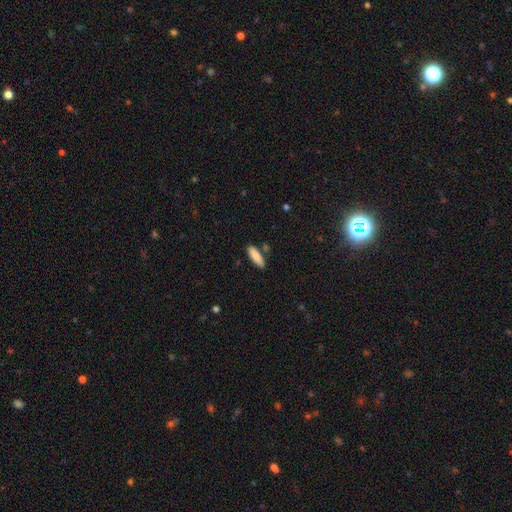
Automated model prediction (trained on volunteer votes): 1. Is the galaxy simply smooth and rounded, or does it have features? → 87% smooth, 7% featured or disk, 6% star or artifact.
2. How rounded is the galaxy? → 50% cigar-shaped, 49% in between, 2% round.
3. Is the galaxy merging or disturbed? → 82% none, 11% minor disturbance, 5% merger, 2% major disturbance.